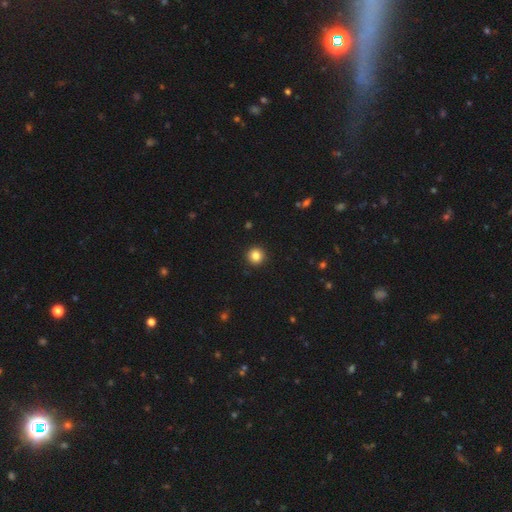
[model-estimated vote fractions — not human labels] Smooth or featured?
  - smooth: 85% *
  - star or artifact: 11%
  - featured or disk: 4%
How rounded?
  - round: 94% *
  - in between: 5%
  - cigar-shaped: 1%
Merging?
  - none: 93% *
  - minor disturbance: 4%
  - major disturbance: 2%
  - merger: 1%